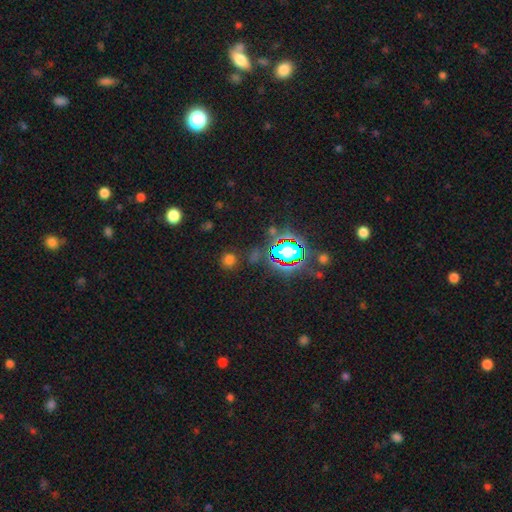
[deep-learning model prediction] This is likely a star or artifact rather than a galaxy (60%).